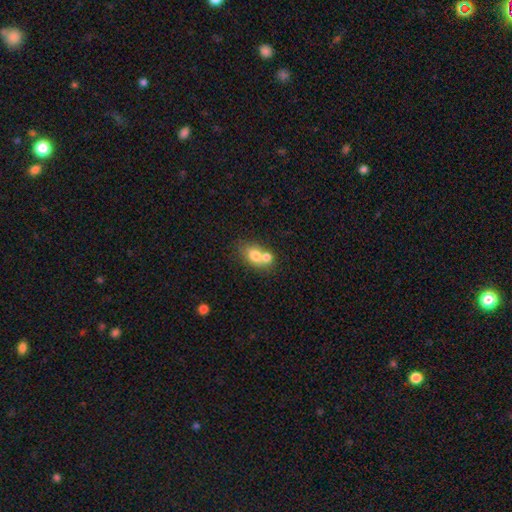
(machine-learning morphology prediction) Overall: smooth (72%). How rounded: in between (62%; round 37%). Merging: merger (57%; none 32%).